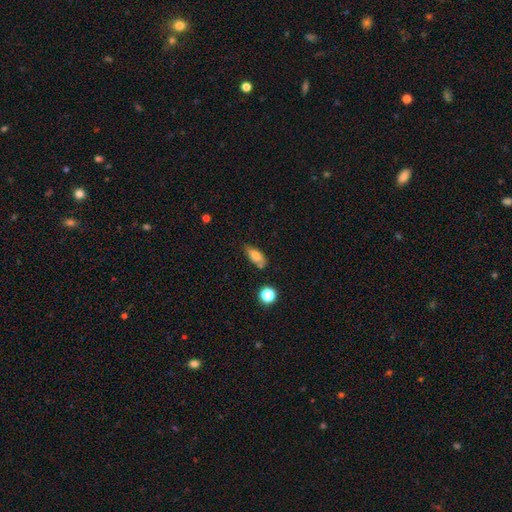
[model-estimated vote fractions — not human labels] The model was most divided on "merging": none: 69%, minor disturbance: 20%, merger: 8%, major disturbance: 4%. More confident: how rounded — in between (80%); smooth or featured — smooth (75%).